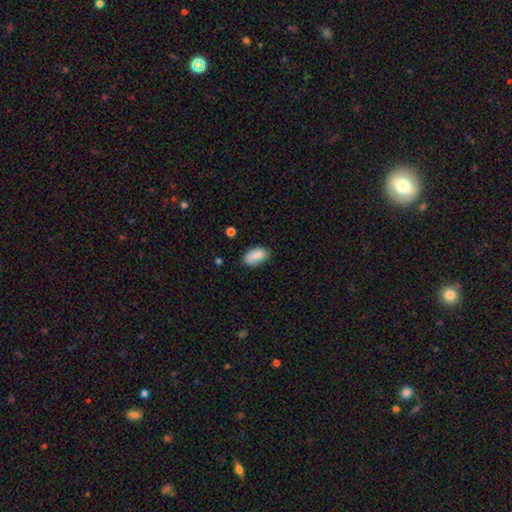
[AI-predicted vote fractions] Smooth or featured?
  - smooth: 83% *
  - featured or disk: 9%
  - star or artifact: 7%
How rounded?
  - in between: 92% *
  - round: 5%
  - cigar-shaped: 2%
Merging?
  - none: 72% *
  - minor disturbance: 21%
  - major disturbance: 4%
  - merger: 3%